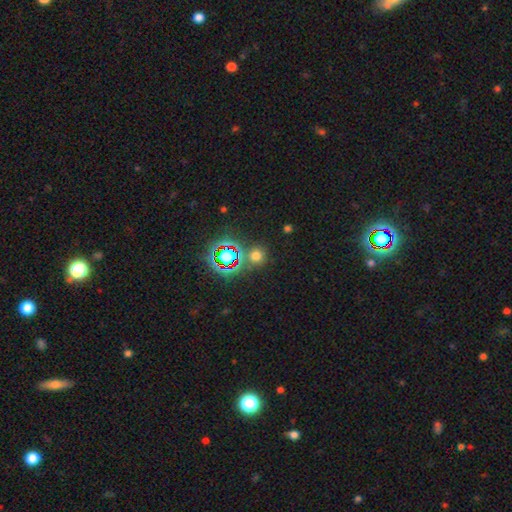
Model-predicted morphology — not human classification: The model was most divided on "smooth or featured": smooth: 58%, star or artifact: 34%, featured or disk: 7%. More confident: how rounded — round (89%); merging — none (79%).